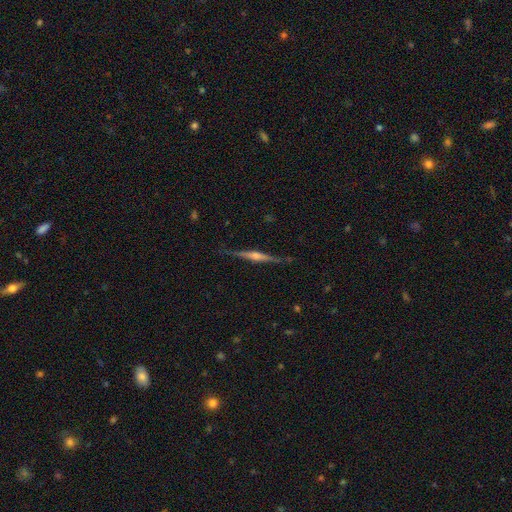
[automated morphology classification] Smooth or featured?
  - featured or disk: 83% *
  - smooth: 11%
  - star or artifact: 6%
Edge-on disk?
  - yes: 98% *
  - no: 2%
Edge-on bulge?
  - rounded: 83% *
  - boxy: 10%
  - none: 7%
Merging?
  - none: 88% *
  - minor disturbance: 9%
  - major disturbance: 2%
  - merger: 1%